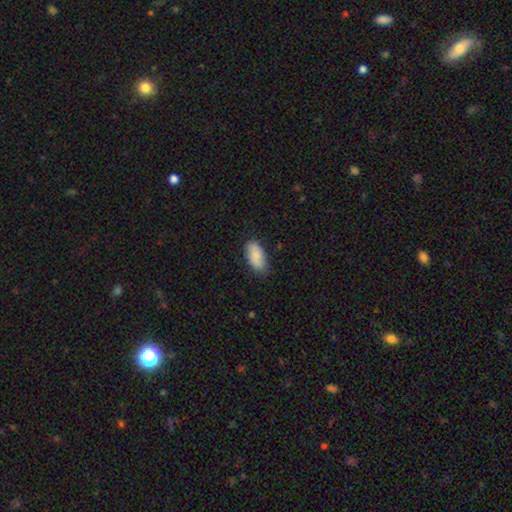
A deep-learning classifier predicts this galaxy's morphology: Smooth or featured? smooth (85%)
How rounded? in between (93%)
Merging? none (78%)